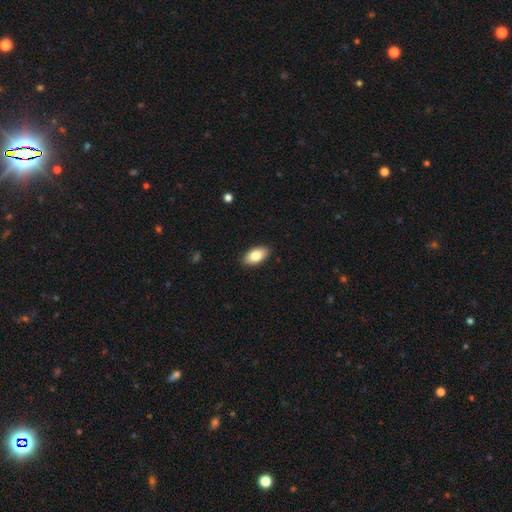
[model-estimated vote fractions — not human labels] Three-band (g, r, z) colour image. It shows a smooth galaxy with no disk features (82%) that is in between round and cigar-shaped (93%). Merging: none (89%).